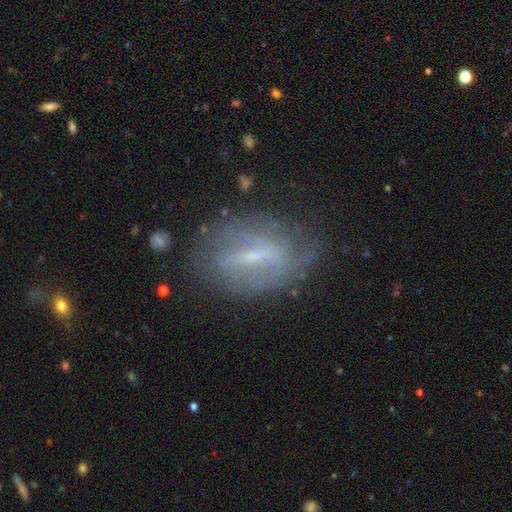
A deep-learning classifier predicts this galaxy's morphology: This appears to be a featured or disk galaxy (66%) with a strong bar (49%), spiral arms (56%) and a small central bulge (60%). Merging: none (68%).